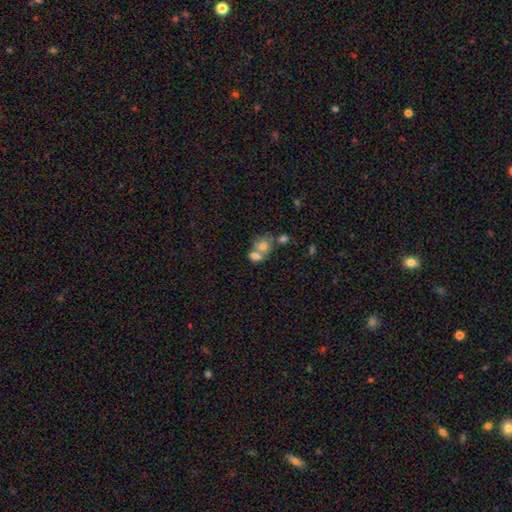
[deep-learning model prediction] smooth_or_featured: smooth (p=0.74) [alt: featured or disk p=0.16]
how_rounded: in between (p=0.59) [alt: round p=0.39]
merging: merger (p=0.62) [alt: none p=0.26]